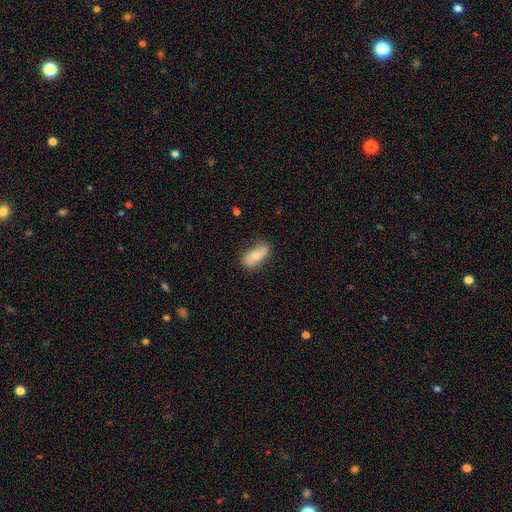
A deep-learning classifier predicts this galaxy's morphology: Q: Smooth or featured?
A: smooth (64%); runner-up: featured or disk (29%)
Q: How rounded?
A: in between (88%); runner-up: cigar-shaped (8%)
Q: Merging?
A: none (79%); runner-up: minor disturbance (16%)